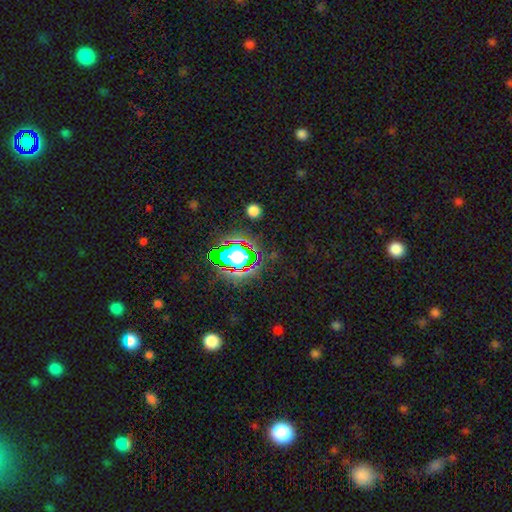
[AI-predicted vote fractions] Smooth or featured?
  - star or artifact: 77% *
  - smooth: 14%
  - featured or disk: 9%